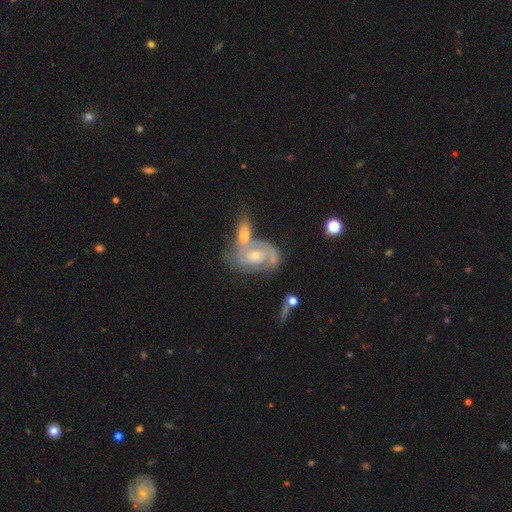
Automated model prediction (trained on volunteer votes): Morphology: type=featured or disk (82%); edge-on=no (96%); bar=no (63%); spiral arms=yes (93%); winding=tight (55%); arm count=2 (55%); bulge=small (57%); merging=merger (44%).